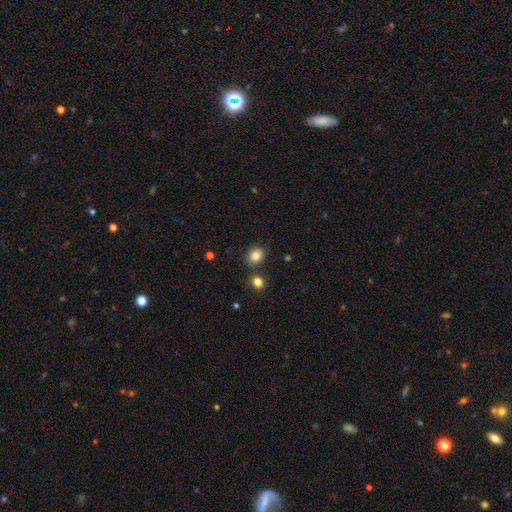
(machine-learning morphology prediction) This appears to be a smooth galaxy with no disk features (84%) that is round (55%). Merging: none (79%).